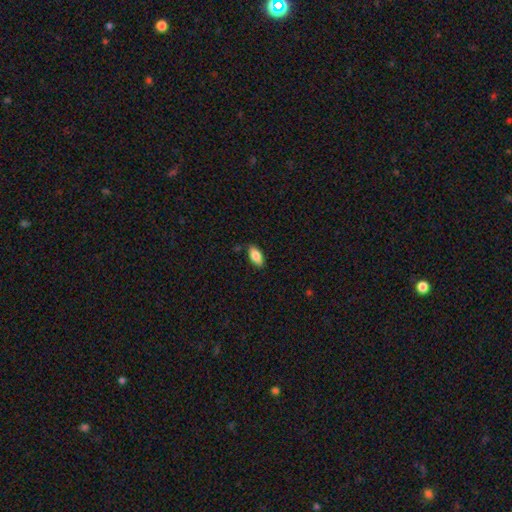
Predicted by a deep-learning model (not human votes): smooth 84%, featured or disk 9%, star or artifact 7%. Down the decision tree: how rounded — in between (90%); merging — none (83%).